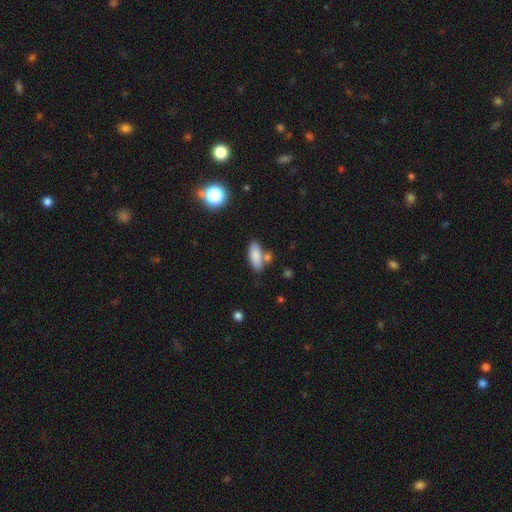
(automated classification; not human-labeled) smooth-or-featured: smooth: 84% | featured or disk: 8% | star or artifact: 8%
  how-rounded: in between: 77% | cigar-shaped: 20% | round: 3%
  merging: none: 65% | merger: 16% | minor disturbance: 15% | major disturbance: 4%